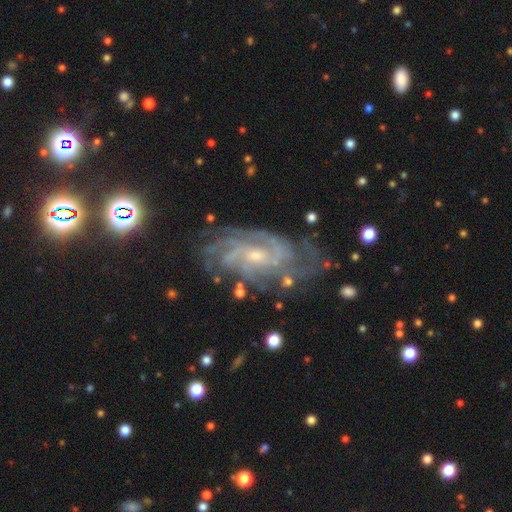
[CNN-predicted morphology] featured or disk 87%, star or artifact 9%, smooth 5%. Down the decision tree: edge-on disk — no (96%); bar — no (51%); spiral arms — yes (98%); spiral arm count — can't tell (25%); spiral winding — tight (66%); bulge size — small (66%); merging — none (74%).